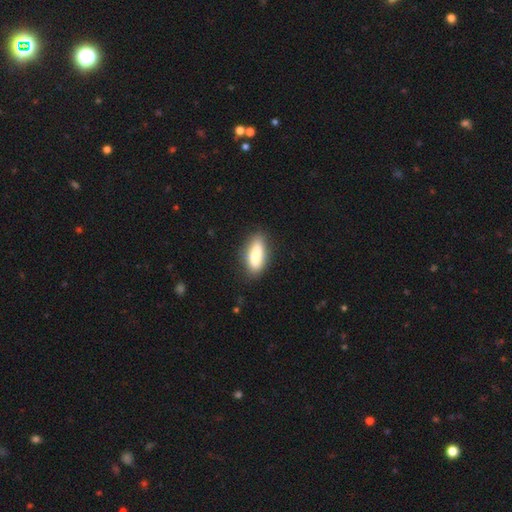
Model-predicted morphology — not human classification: smooth-or-featured: smooth: 82% | featured or disk: 11% | star or artifact: 7%
  how-rounded: in between: 66% | cigar-shaped: 31% | round: 2%
  merging: none: 81% | minor disturbance: 14% | major disturbance: 3% | merger: 2%